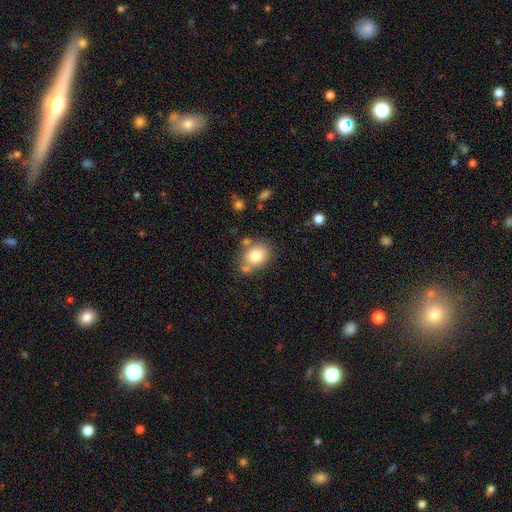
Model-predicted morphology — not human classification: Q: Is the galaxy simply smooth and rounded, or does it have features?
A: smooth — 79%.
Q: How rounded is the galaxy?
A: in between — 54%.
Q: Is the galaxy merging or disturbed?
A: none — 65%.